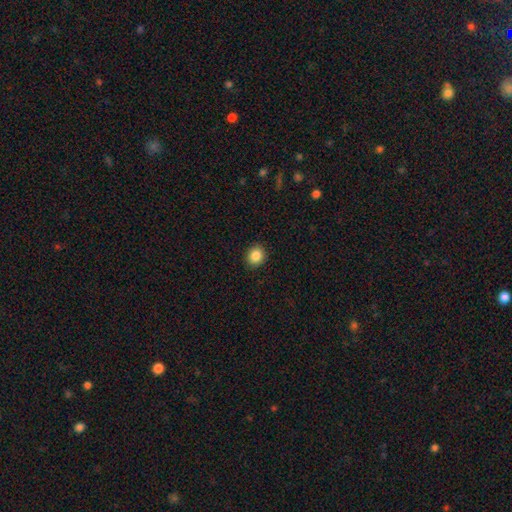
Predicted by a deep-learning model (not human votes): Smooth or featured?
  - smooth: 86% *
  - star or artifact: 9%
  - featured or disk: 4%
How rounded?
  - round: 75% *
  - in between: 24%
  - cigar-shaped: 1%
Merging?
  - none: 91% *
  - minor disturbance: 6%
  - major disturbance: 2%
  - merger: 1%